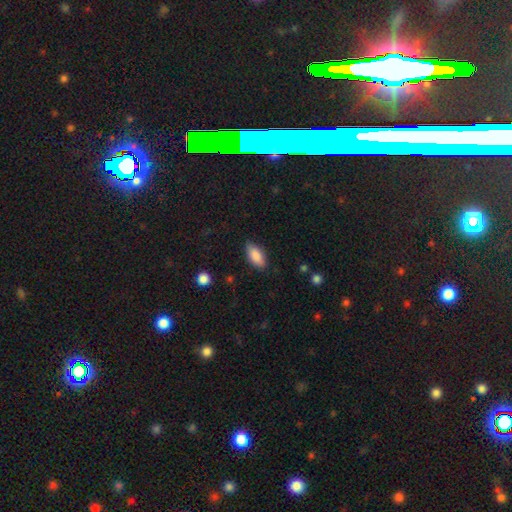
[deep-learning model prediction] This appears to be a smooth galaxy with no disk features (87%) that is in between round and cigar-shaped (89%). Merging: none (83%).